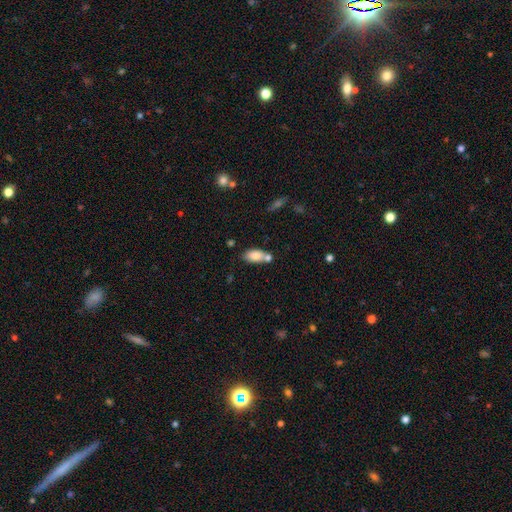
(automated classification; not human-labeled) A smooth galaxy with no disk features (81%) that is in between round and cigar-shaped (89%). Merging: none (49%).